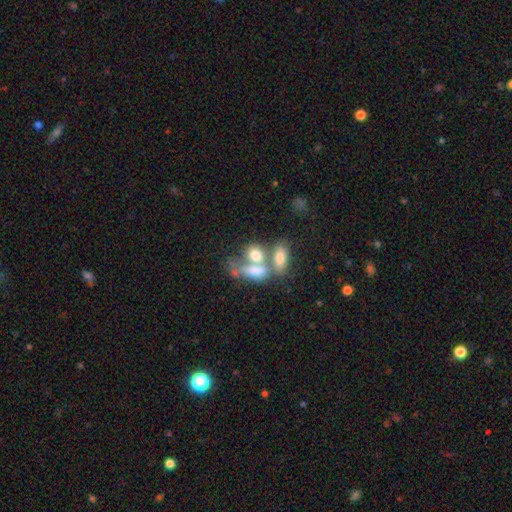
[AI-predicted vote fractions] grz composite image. It shows a smooth galaxy with no disk features (69%) that is in between round and cigar-shaped (79%). Merging: merger (58%).